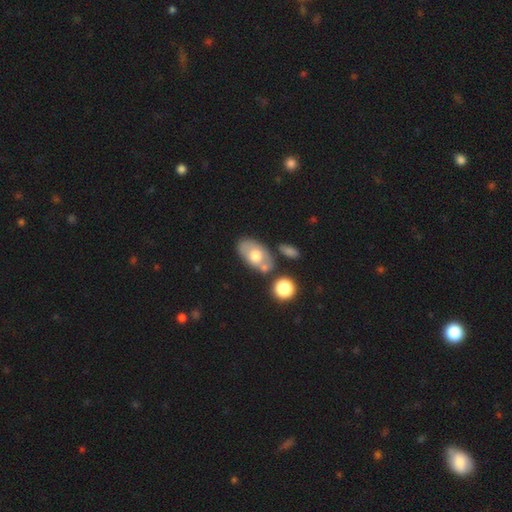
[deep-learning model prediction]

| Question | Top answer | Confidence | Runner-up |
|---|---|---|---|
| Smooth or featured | smooth | 56% | featured or disk (36%) |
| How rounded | in between | 89% | round (9%) |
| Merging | none | 60% | merger (19%) |